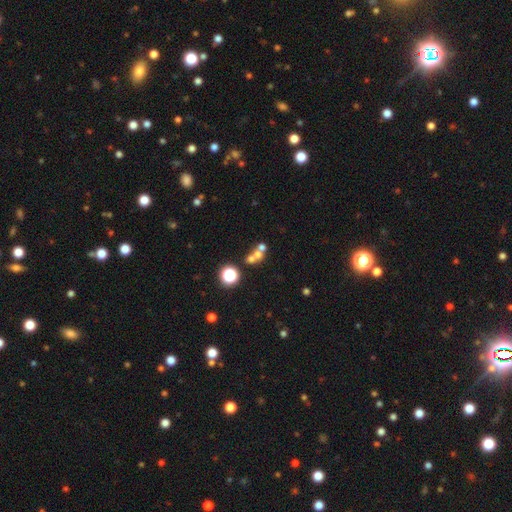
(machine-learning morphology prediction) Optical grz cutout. It shows a smooth galaxy with no disk features (53%) that is round (75%). Merging: merger (56%).